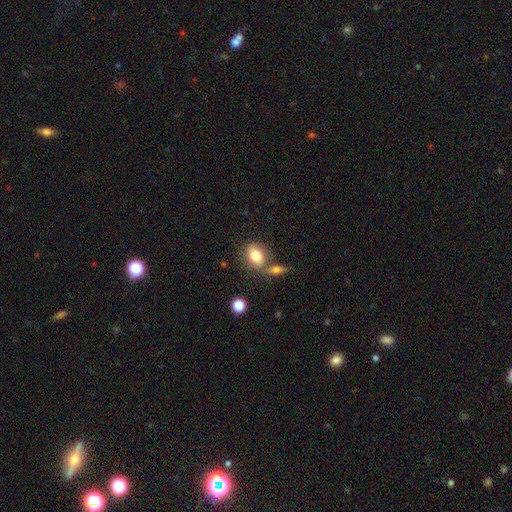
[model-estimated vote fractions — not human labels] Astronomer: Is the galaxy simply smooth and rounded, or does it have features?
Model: smooth — 79%.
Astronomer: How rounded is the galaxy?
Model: in between — 65%.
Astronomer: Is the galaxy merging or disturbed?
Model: none — 57%.